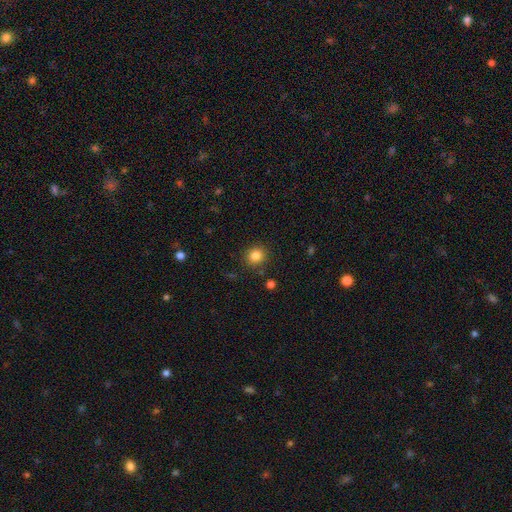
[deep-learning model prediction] A smooth galaxy with no disk features (83%) that is round (87%). Merging: none (88%).